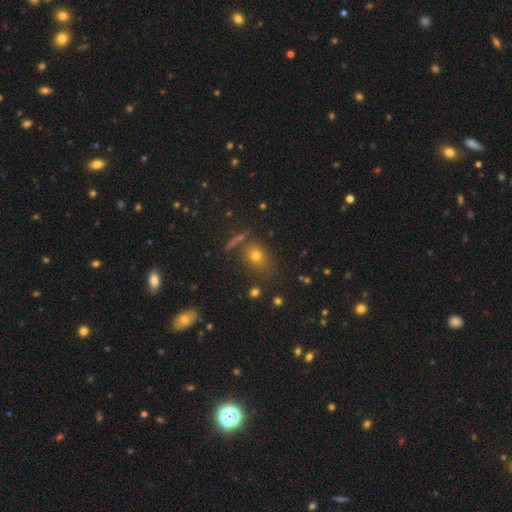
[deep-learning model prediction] Smooth or featured: smooth — 67% (star or artifact — 20%)
How rounded: in between — 54% (round — 43%)
Merging: none — 73% (minor disturbance — 12%)